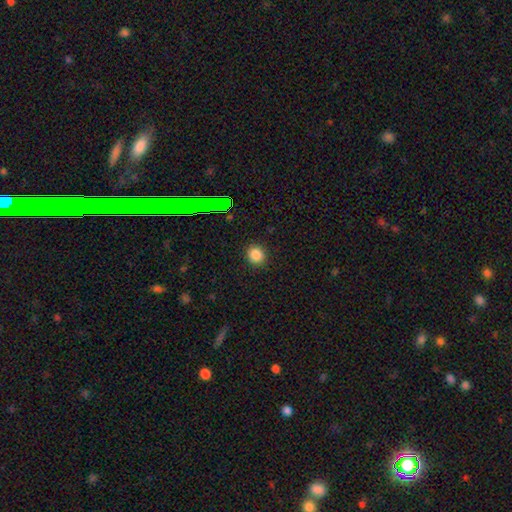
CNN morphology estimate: type=smooth (83%); roundness=round (78%); merging=none (90%).